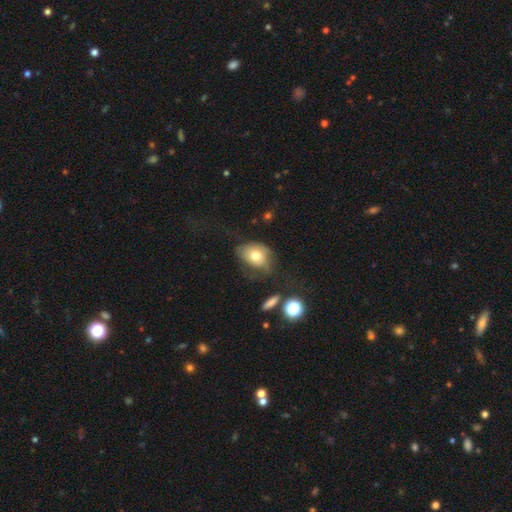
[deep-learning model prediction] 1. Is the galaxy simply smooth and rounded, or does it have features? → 65% smooth, 26% featured or disk, 9% star or artifact.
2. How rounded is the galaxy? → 74% in between, 24% round, 1% cigar-shaped.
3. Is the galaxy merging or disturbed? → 36% none, 30% minor disturbance, 29% major disturbance, 4% merger.